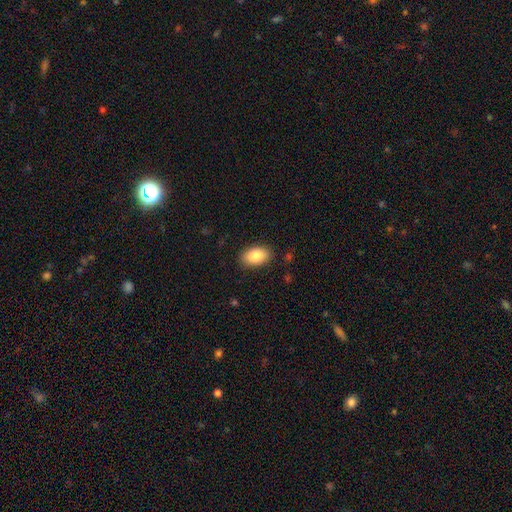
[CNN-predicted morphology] Smooth or featured? smooth (85%)
How rounded? in between (91%)
Merging? none (87%)